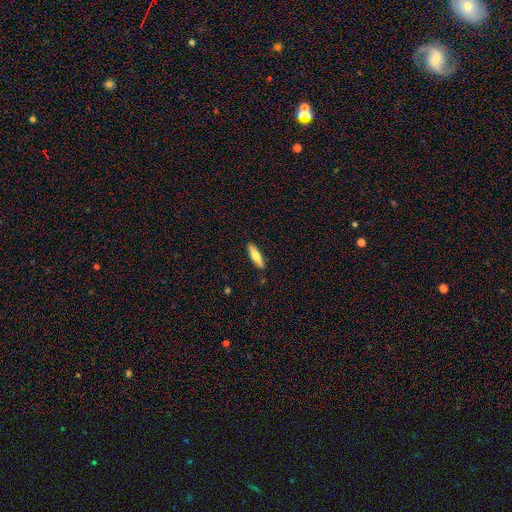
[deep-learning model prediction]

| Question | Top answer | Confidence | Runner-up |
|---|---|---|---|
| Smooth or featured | smooth | 65% | featured or disk (30%) |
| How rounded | cigar-shaped | 70% | in between (28%) |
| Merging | none | 89% | minor disturbance (8%) |